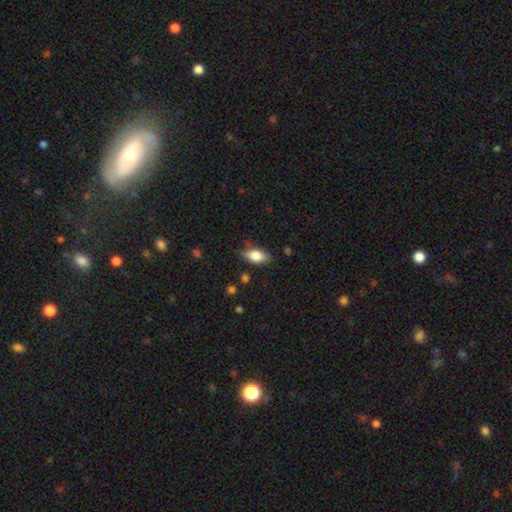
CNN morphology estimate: Smooth or featured? smooth (79%)
How rounded? in between (88%)
Merging? none (77%)